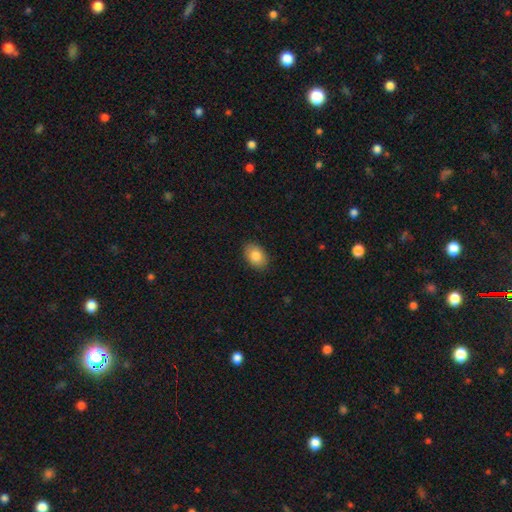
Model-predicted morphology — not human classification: smooth-or-featured: smooth: 84% | featured or disk: 9% | star or artifact: 7%
  how-rounded: in between: 86% | round: 13% | cigar-shaped: 1%
  merging: none: 87% | minor disturbance: 10% | major disturbance: 2% | merger: 1%